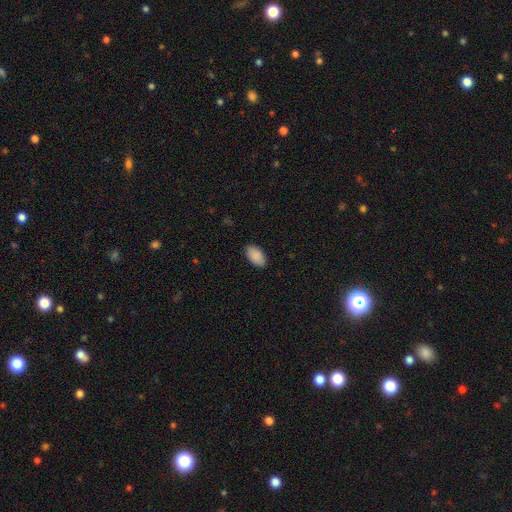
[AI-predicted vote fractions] Smooth or featured?
  - smooth: 90% *
  - star or artifact: 6%
  - featured or disk: 4%
How rounded?
  - in between: 95% *
  - round: 3%
  - cigar-shaped: 2%
Merging?
  - none: 88% *
  - minor disturbance: 9%
  - major disturbance: 2%
  - merger: 1%